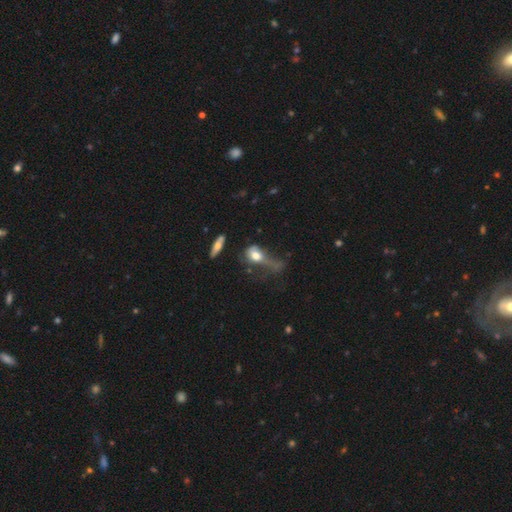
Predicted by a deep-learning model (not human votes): Smooth or featured? smooth (59%)
How rounded? in between (58%)
Merging? major disturbance (57%)